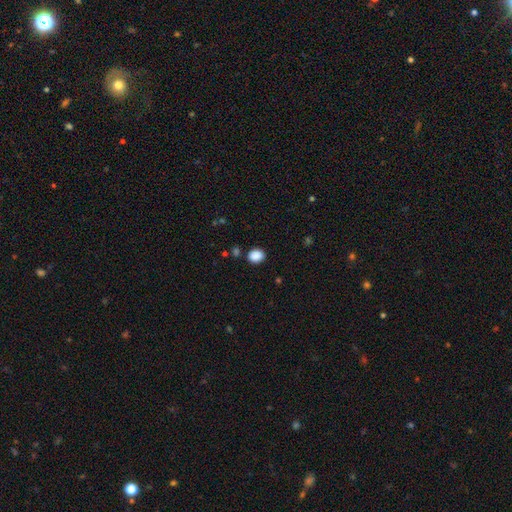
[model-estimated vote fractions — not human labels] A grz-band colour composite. It shows a smooth galaxy with no disk features (88%) that is round (53%). Merging: none (86%).